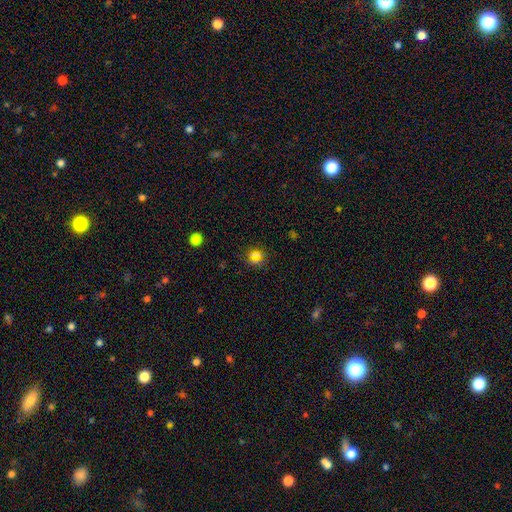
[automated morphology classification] Smooth or featured?
  - smooth: 55% *
  - star or artifact: 35%
  - featured or disk: 10%
How rounded?
  - round: 72% *
  - in between: 22%
  - cigar-shaped: 6%
Merging?
  - none: 84% *
  - minor disturbance: 9%
  - major disturbance: 4%
  - merger: 3%